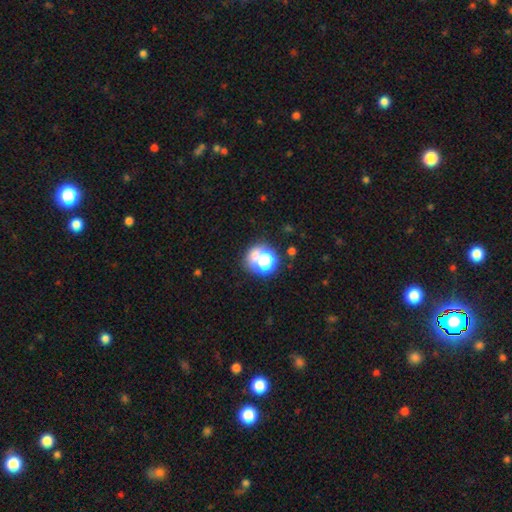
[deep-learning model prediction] Morphology: type=smooth (52%); roundness=round (80%); merging=none (62%).